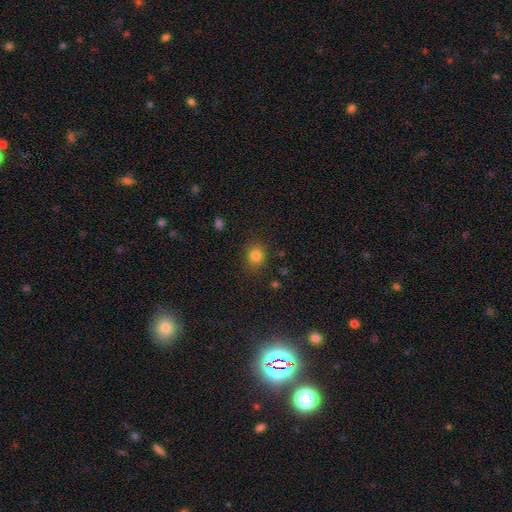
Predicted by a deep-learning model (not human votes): Overall: smooth (83%). How rounded: round (78%). Merging: none (83%).